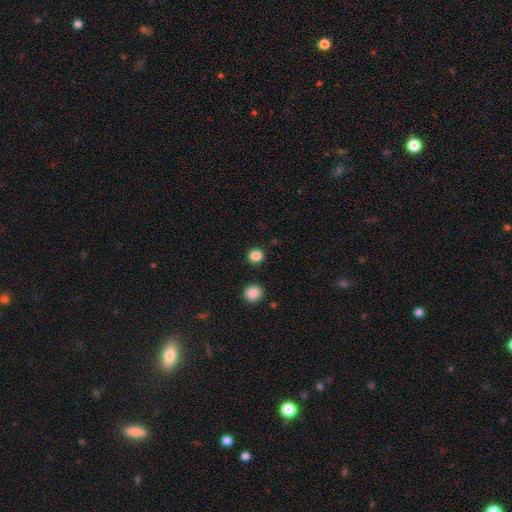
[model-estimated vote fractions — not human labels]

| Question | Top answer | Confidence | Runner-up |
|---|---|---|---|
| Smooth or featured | smooth | 85% | star or artifact (12%) |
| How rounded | round | 87% | in between (12%) |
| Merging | none | 90% | minor disturbance (6%) |